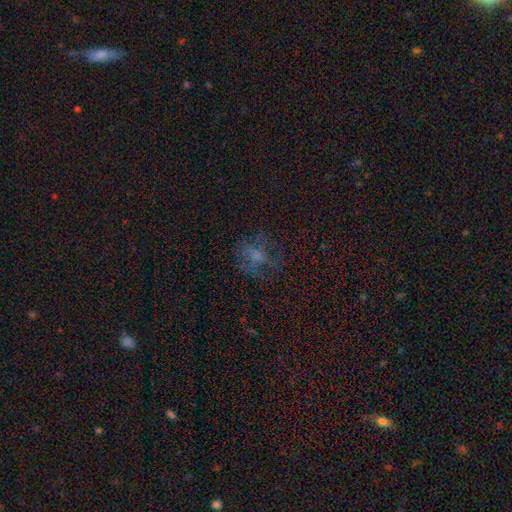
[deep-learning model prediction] smooth-or-featured: smooth: 40% | featured or disk: 31% | star or artifact: 29%
  merging: none: 55% | major disturbance: 25% | minor disturbance: 18% | merger: 2%